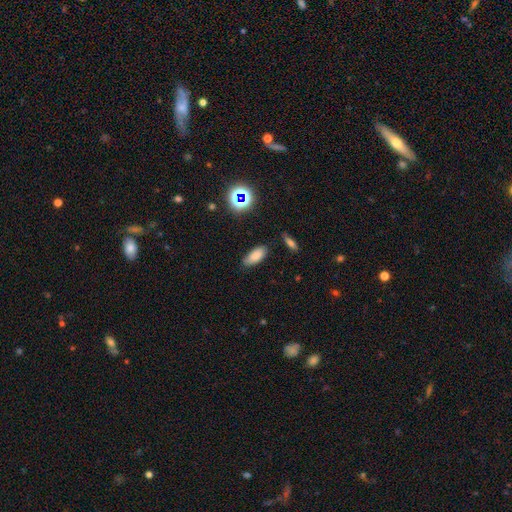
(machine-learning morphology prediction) Smooth or featured? smooth (79%)
How rounded? in between (84%)
Merging? none (75%)